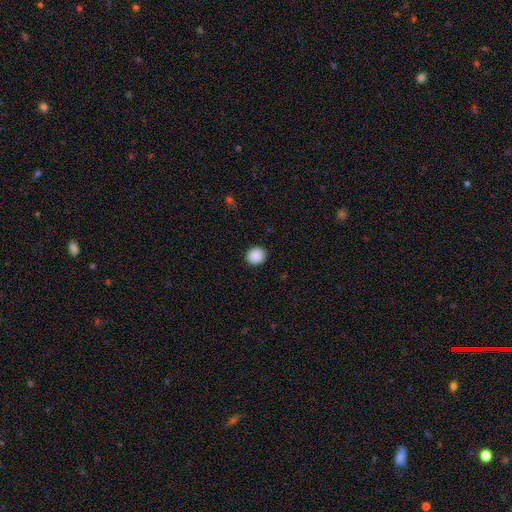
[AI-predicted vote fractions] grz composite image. It shows a smooth galaxy with no disk features (89%) that is round (82%). Merging: none (89%).